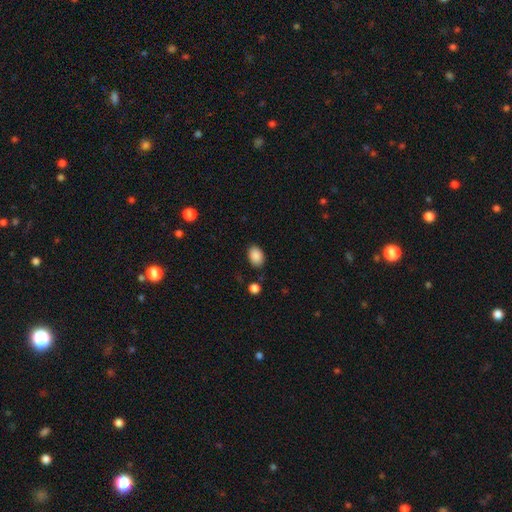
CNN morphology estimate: This appears to be a smooth galaxy with no disk features (89%) that is in between round and cigar-shaped (82%). Merging: none (83%).